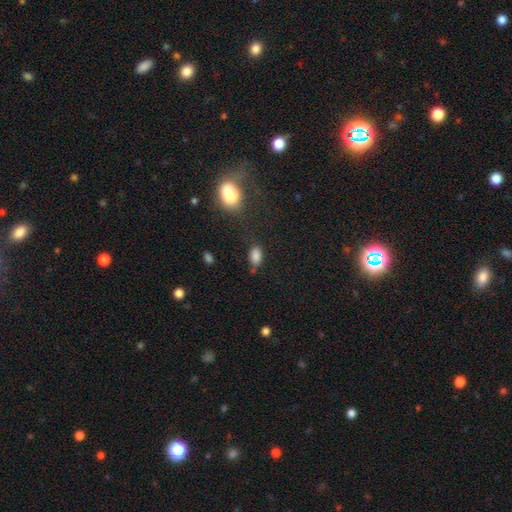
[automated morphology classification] Smooth or featured? smooth (83%)
How rounded? in between (88%)
Merging? none (62%)